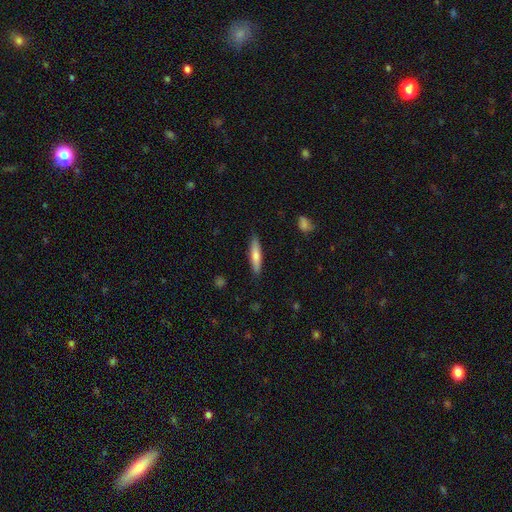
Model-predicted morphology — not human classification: Smooth or featured? smooth (71%)
How rounded? cigar-shaped (82%)
Merging? none (87%)